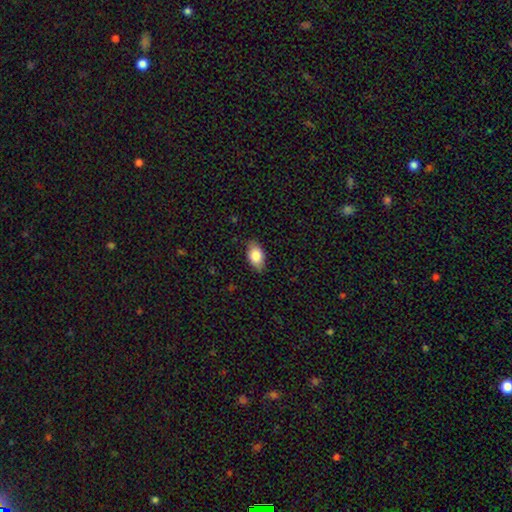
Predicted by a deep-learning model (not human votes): A smooth galaxy with no disk features (82%) that is in between round and cigar-shaped (91%).

Vote fractions:
- Smooth or featured? smooth: 82% / featured or disk: 11% / star or artifact: 7%
- How rounded? in between: 91% / round: 7% / cigar-shaped: 3%
- Merging? none: 84% / minor disturbance: 13% / major disturbance: 2% / merger: 1%